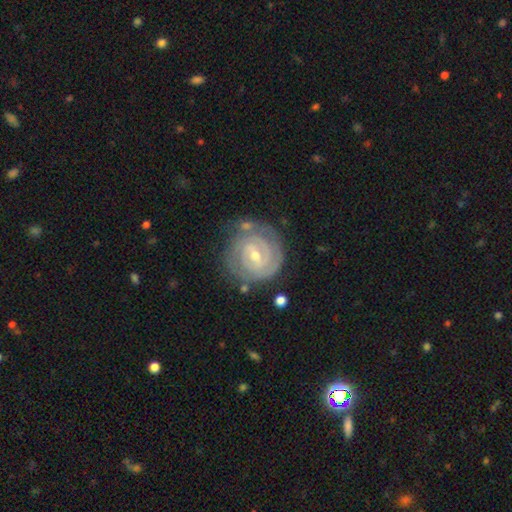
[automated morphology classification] A featured or disk galaxy (87%) with a weak bar (56%), 2 (55%) tight (83%) spiral arms (96%) and a small central bulge (52%).

Vote fractions:
- Smooth or featured? featured or disk: 87% / smooth: 9% / star or artifact: 5%
- Edge-on disk? no: 98% / yes: 2%
- Bar? weak: 56% / strong: 23% / no: 22%
- Spiral arms? yes: 96% / no: 4%
- Spiral winding? tight: 83% / medium: 14% / loose: 3%
- Spiral arm count? 2: 55% / can't tell: 19% / 3: 15% / 4: 4% / 1: 4% / more than 4: 3%
- Bulge size? small: 52% / moderate: 44% / large: 1% / none: 1% / dominant: 1%
- Merging? none: 74% / minor disturbance: 16% / major disturbance: 6% / merger: 4%